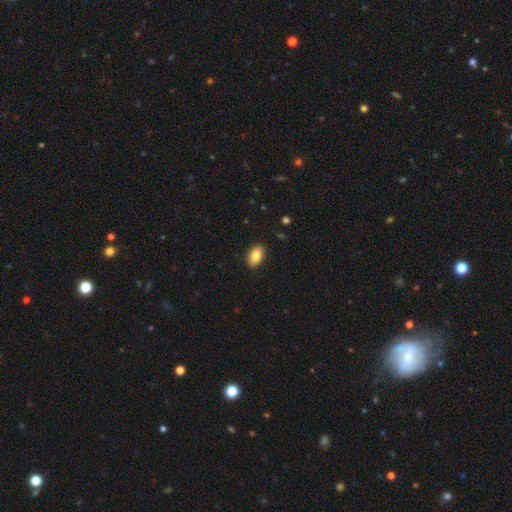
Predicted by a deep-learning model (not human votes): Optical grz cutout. It shows a smooth galaxy with no disk features (85%) that is in between round and cigar-shaped (89%). Merging: none (90%).